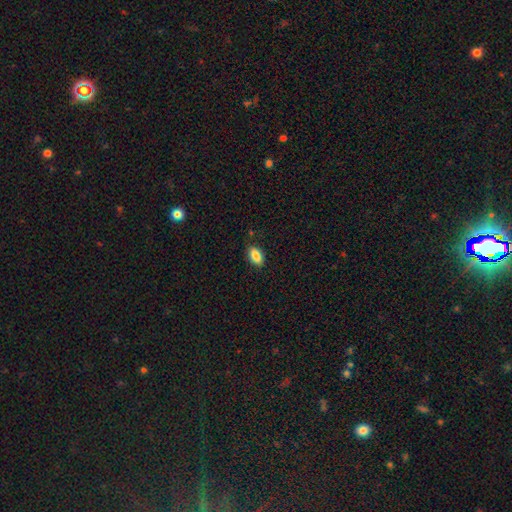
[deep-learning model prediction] This appears to be a smooth galaxy with no disk features (86%) that is in between round and cigar-shaped (90%). Merging: none (86%).